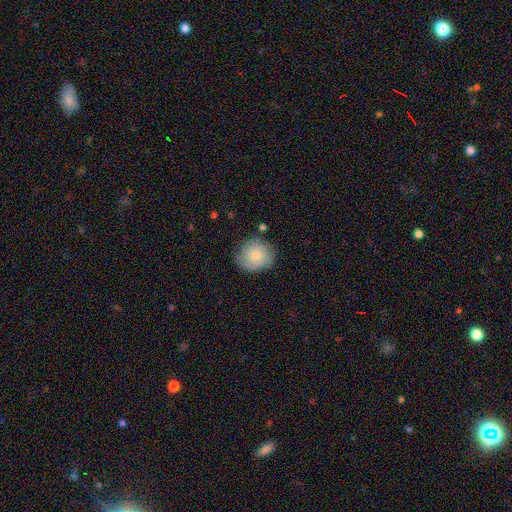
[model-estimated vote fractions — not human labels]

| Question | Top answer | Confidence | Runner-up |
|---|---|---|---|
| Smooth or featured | smooth | 70% | featured or disk (22%) |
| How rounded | round | 85% | in between (14%) |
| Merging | none | 75% | minor disturbance (19%) |